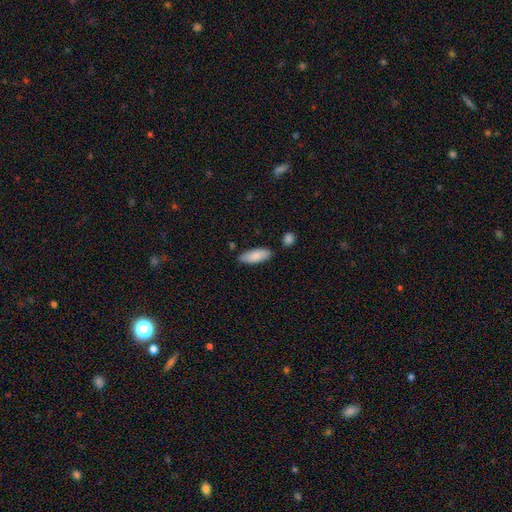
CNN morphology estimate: smooth_or_featured: smooth (p=0.86) [alt: featured or disk p=0.08]
how_rounded: in between (p=0.76) [alt: cigar-shaped p=0.22]
merging: none (p=0.78) [alt: minor disturbance p=0.14]